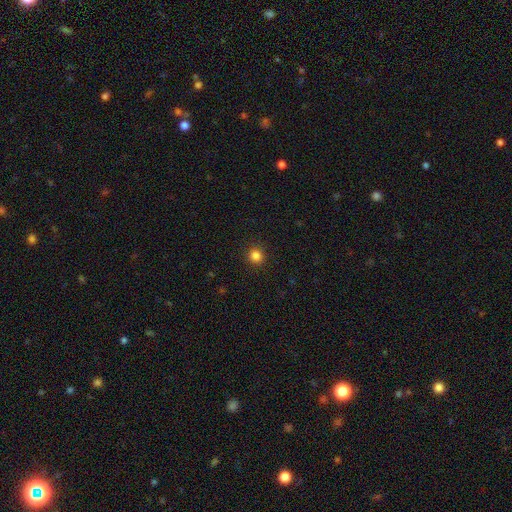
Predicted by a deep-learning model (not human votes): This appears to be a smooth galaxy with no disk features (83%) that is round (94%). Merging: none (93%).